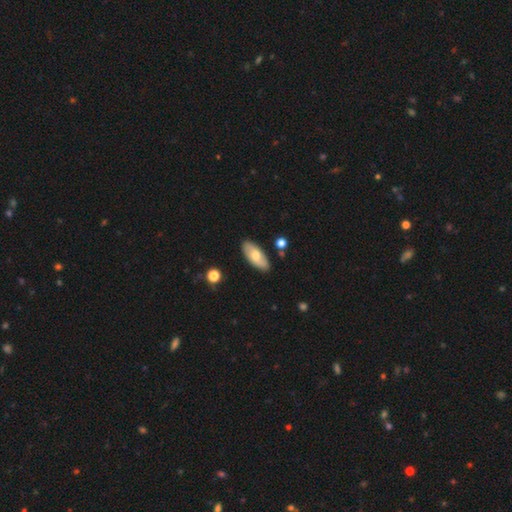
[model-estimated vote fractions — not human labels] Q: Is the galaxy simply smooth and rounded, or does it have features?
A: smooth — 64%.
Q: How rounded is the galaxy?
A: in between — 87%.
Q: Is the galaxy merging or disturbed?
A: none — 86%.